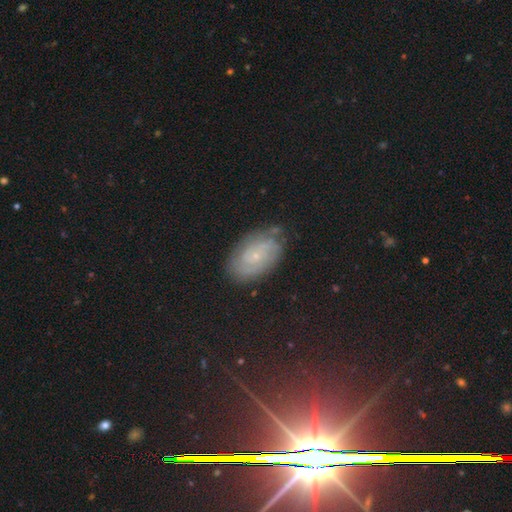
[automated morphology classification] Overall: featured or disk (62%). Edge-on disk: no (96%). Bar: no (69%). Spiral arms: yes (87%). Spiral arm count: can't tell (47%; 2 26%). Spiral winding: tight (65%; medium 26%). Bulge size: small (84%). Merging: none (77%).